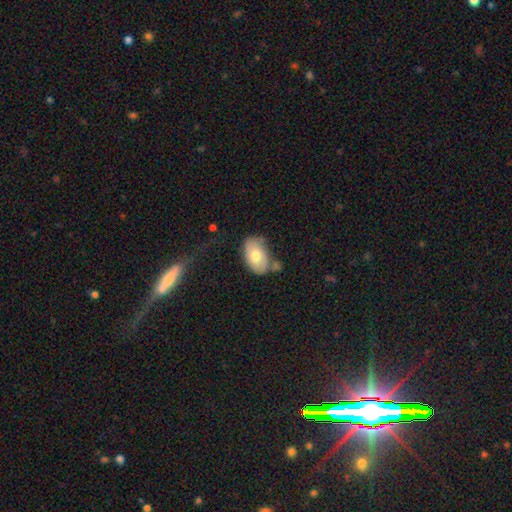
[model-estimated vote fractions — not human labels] smooth_or_featured: smooth (p=0.70) [alt: featured or disk p=0.23]
how_rounded: in between (p=0.90) [alt: round p=0.09]
merging: none (p=0.56) [alt: minor disturbance p=0.24]